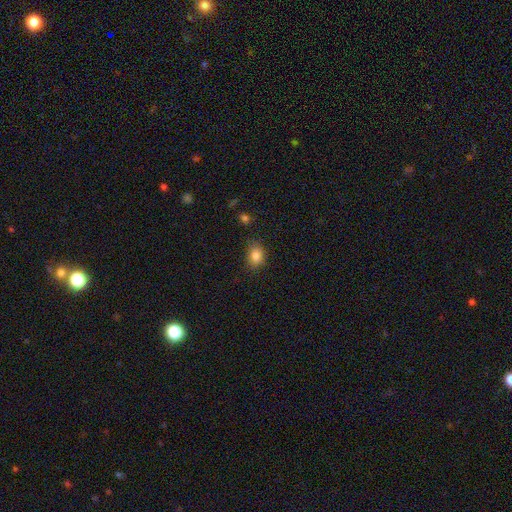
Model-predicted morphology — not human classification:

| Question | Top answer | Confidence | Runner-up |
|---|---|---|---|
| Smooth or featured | smooth | 85% | star or artifact (10%) |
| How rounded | in between | 60% | round (39%) |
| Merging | none | 76% | minor disturbance (18%) |